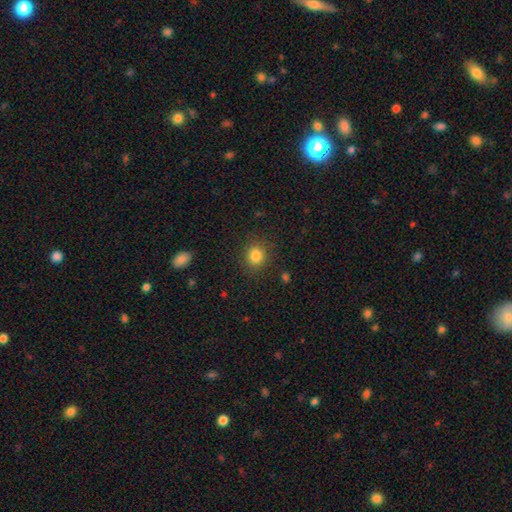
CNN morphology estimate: Smooth or featured: smooth — 83% (star or artifact — 11%)
How rounded: round — 76% (in between — 23%)
Merging: none — 87% (minor disturbance — 8%)